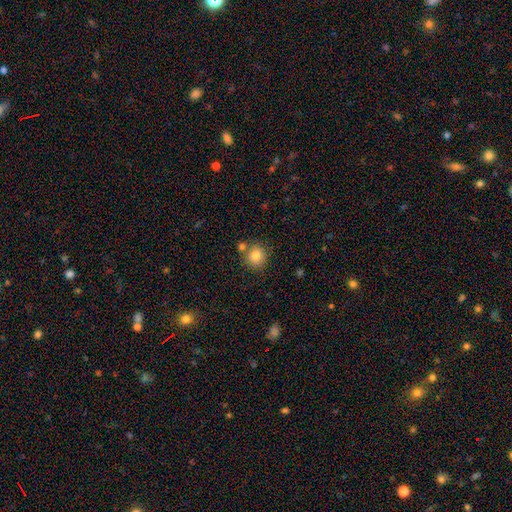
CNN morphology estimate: Q: Smooth or featured?
A: smooth (82%); runner-up: star or artifact (10%)
Q: How rounded?
A: round (89%); runner-up: in between (10%)
Q: Merging?
A: none (72%); runner-up: merger (15%)